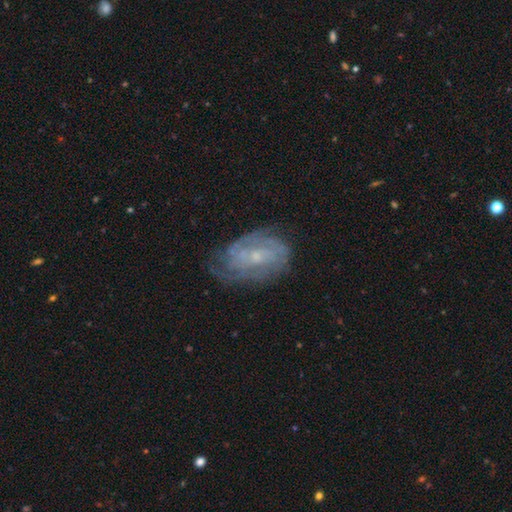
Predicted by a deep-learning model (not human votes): Morphology: type=featured or disk (75%); edge-on=no (96%); bar=no (53%); spiral arms=yes (88%); winding=tight (58%); arm count=can't tell (45%); bulge=small (68%); merging=none (67%).